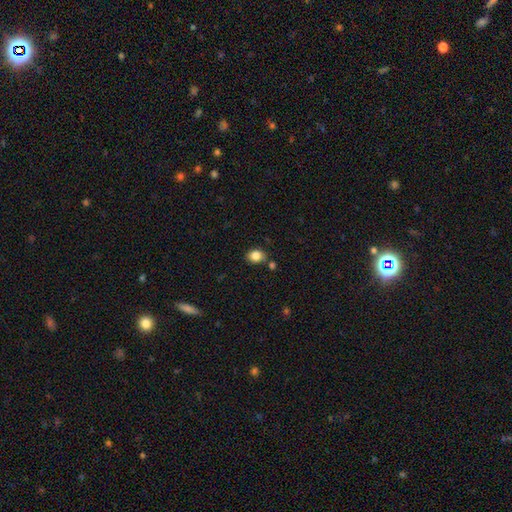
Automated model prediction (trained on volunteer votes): smooth 84%, star or artifact 10%, featured or disk 6%. Down the decision tree: how rounded — round (51%); merging — none (76%).